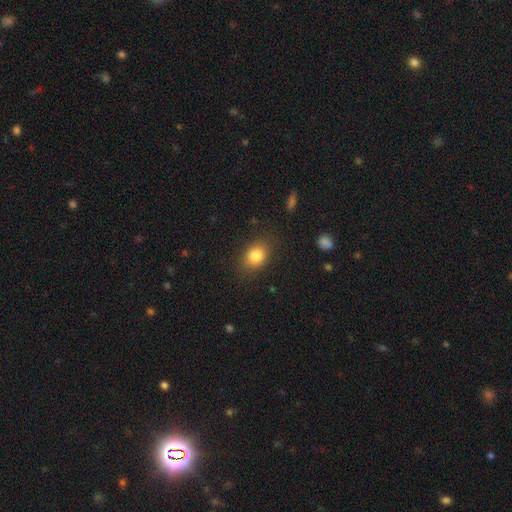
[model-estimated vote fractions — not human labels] Overall: smooth (83%). How rounded: in between (62%; round 37%). Merging: none (82%).